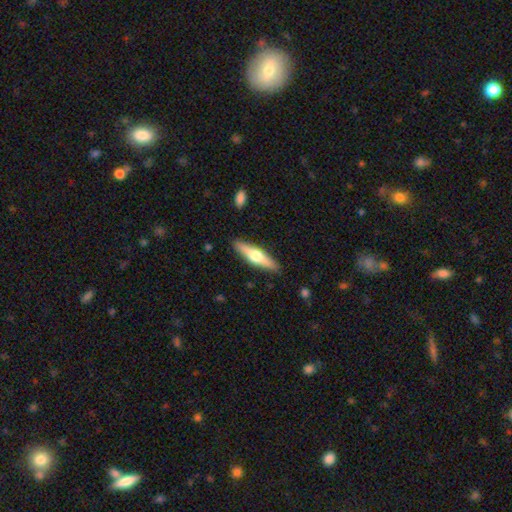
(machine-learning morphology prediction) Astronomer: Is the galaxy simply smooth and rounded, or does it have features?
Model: featured or disk — 53% (runner-up: smooth, 42%).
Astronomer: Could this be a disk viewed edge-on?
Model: yes — 94%.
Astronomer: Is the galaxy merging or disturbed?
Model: none — 89%.